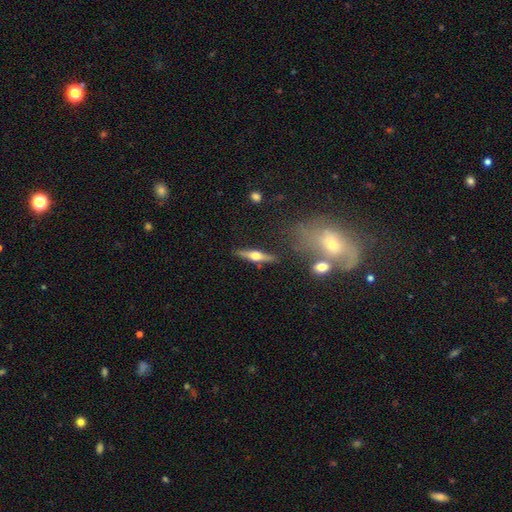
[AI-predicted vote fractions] Smooth or featured? featured or disk (65%)
Edge-on disk? yes (95%)
Edge-on bulge? rounded (94%)
Merging? none (85%)